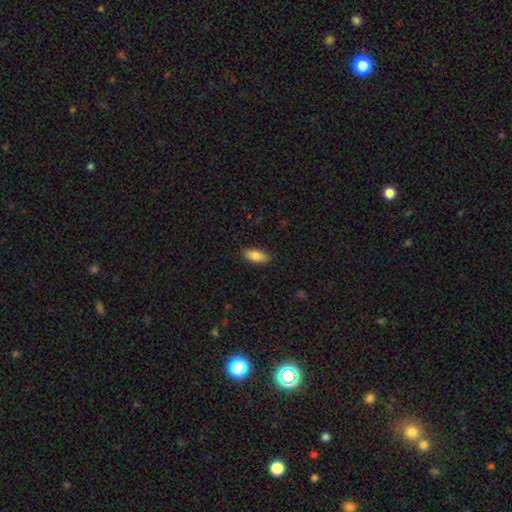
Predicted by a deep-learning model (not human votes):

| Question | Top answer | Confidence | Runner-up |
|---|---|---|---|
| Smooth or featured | smooth | 83% | featured or disk (11%) |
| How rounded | in between | 81% | cigar-shaped (17%) |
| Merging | none | 89% | minor disturbance (8%) |